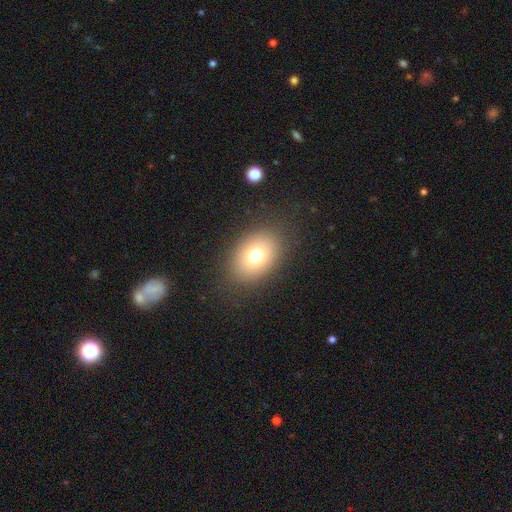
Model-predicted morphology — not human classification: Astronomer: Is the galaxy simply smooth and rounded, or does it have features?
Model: smooth — 74%.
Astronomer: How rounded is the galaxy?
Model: in between — 73%.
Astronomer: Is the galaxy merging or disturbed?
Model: none — 85%.